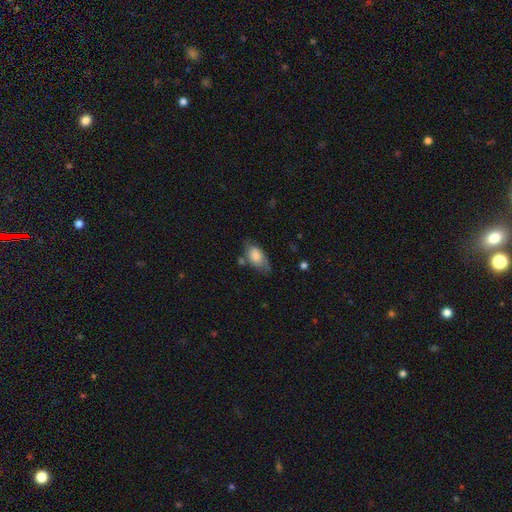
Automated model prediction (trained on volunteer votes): Morphology: type=smooth (72%); roundness=in between (90%); merging=none (54%).